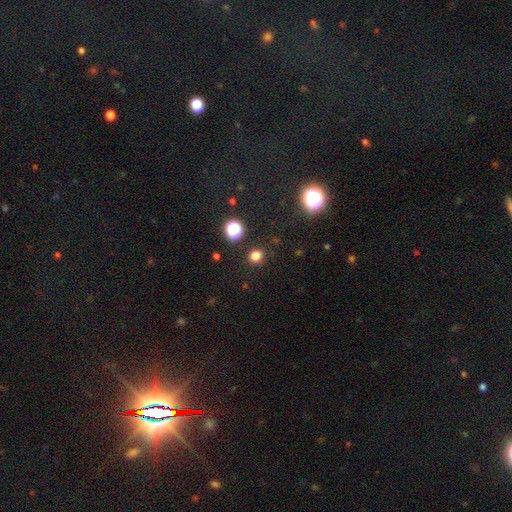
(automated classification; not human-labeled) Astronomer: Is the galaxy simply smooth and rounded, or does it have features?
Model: smooth — 77%.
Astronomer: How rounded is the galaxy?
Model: round — 89%.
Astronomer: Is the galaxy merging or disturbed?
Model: none — 89%.